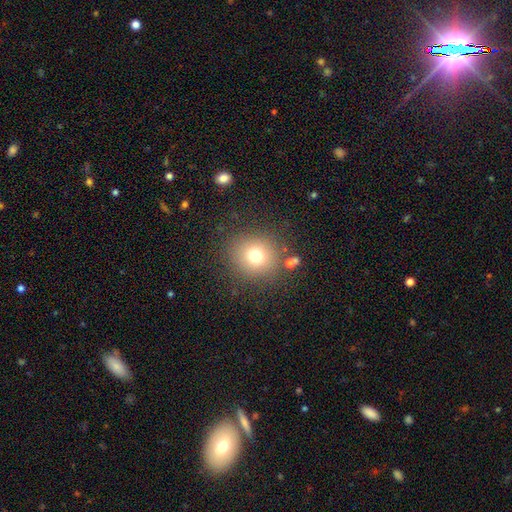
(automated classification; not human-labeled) smooth_or_featured: smooth (p=0.74) [alt: star or artifact p=0.15]
how_rounded: round (p=0.87) [alt: in between p=0.12]
merging: none (p=0.83) [alt: minor disturbance p=0.09]